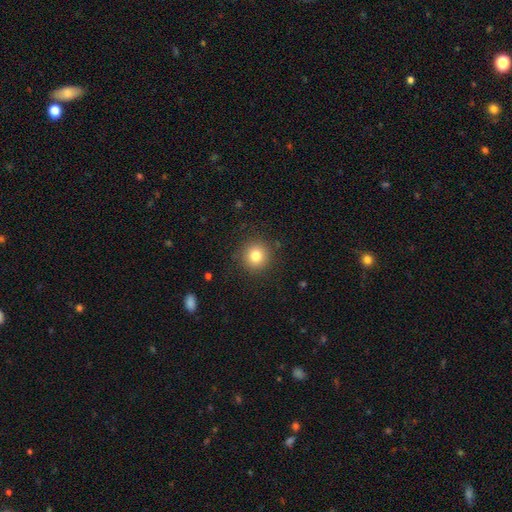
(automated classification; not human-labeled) A smooth galaxy with no disk features (80%) that is round (94%).

Vote fractions:
- Smooth or featured? smooth: 80% / star or artifact: 12% / featured or disk: 8%
- How rounded? round: 94% / in between: 5% / cigar-shaped: 1%
- Merging? none: 89% / minor disturbance: 7% / major disturbance: 3% / merger: 1%